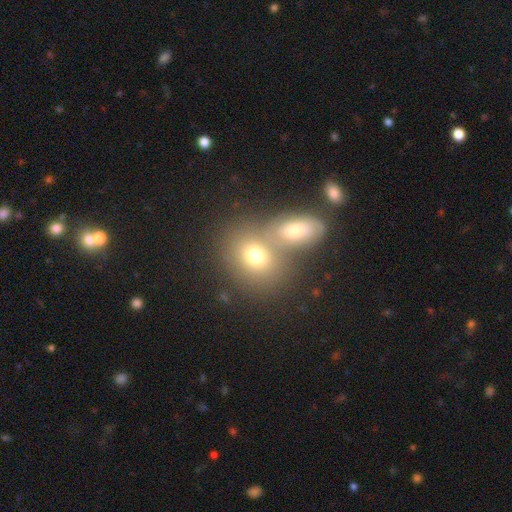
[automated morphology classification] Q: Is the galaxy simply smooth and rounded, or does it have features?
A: smooth — 71%.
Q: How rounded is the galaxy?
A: round — 50%.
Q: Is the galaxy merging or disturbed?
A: merger — 46%.